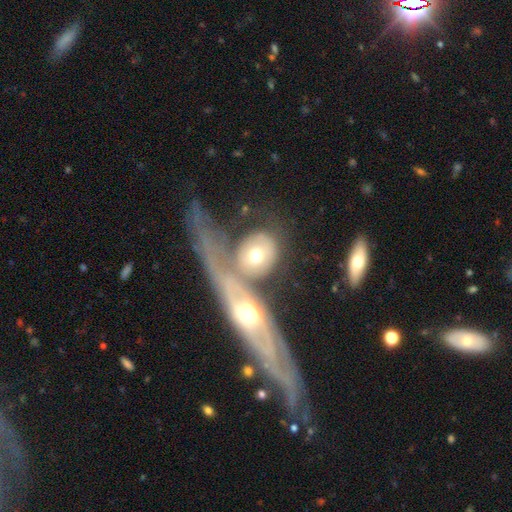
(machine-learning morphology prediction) Overall: featured or disk (48%; smooth 45%). Merging: merger (51%; none 29%).